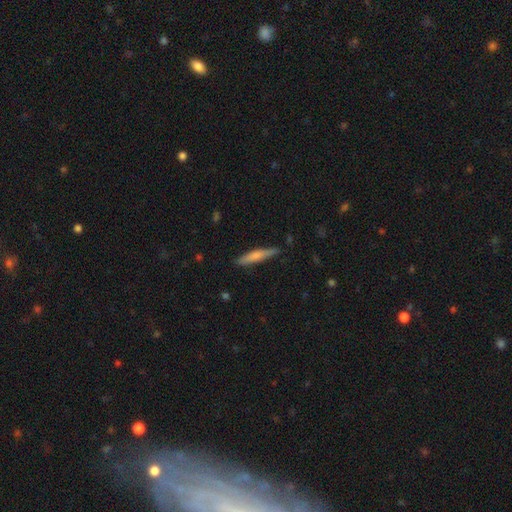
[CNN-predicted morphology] type=smooth (64%); roundness=cigar-shaped (91%); merging=none (84%).